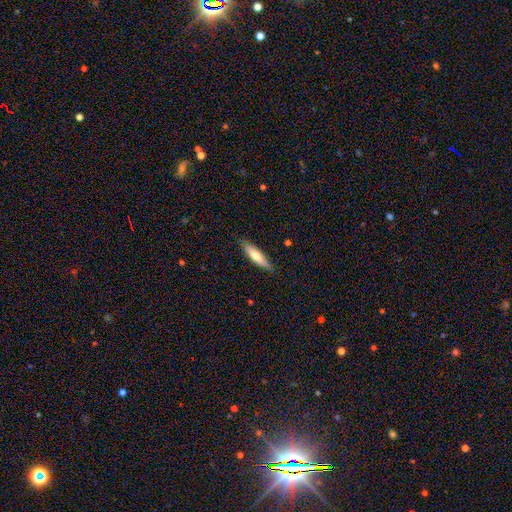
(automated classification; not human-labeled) Overall: smooth (63%; featured or disk 31%). How rounded: cigar-shaped (72%). Merging: none (86%).